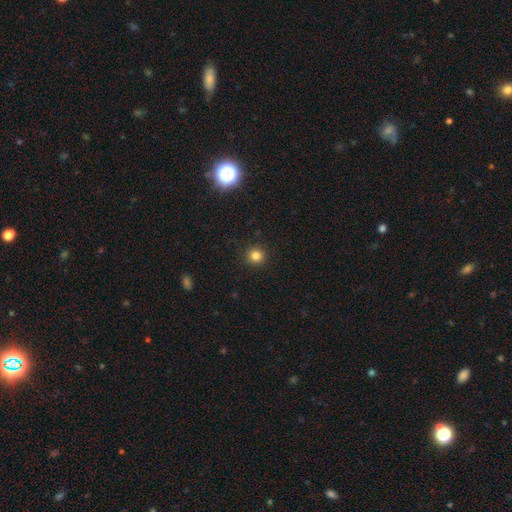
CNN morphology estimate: Overall: smooth (82%). How rounded: round (93%). Merging: none (92%).